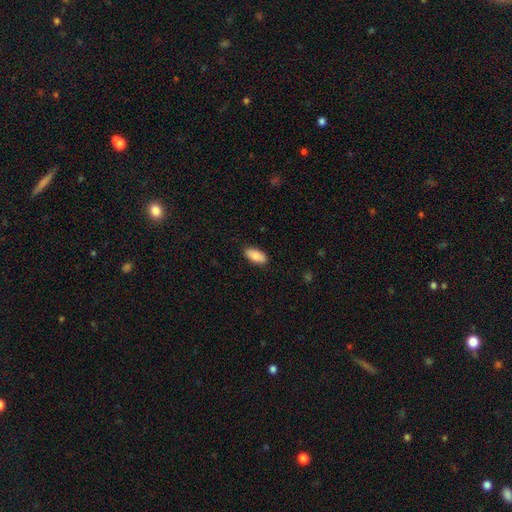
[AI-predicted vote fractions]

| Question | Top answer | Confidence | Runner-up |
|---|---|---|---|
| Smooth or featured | smooth | 87% | featured or disk (7%) |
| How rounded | in between | 90% | cigar-shaped (7%) |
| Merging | none | 88% | minor disturbance (9%) |